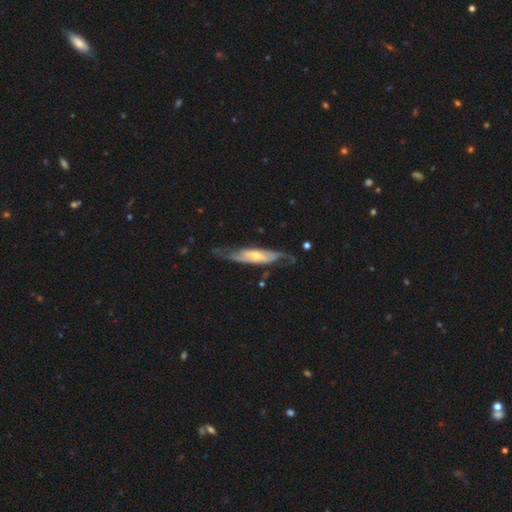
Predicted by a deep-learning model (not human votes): Smooth or featured? featured or disk (78%)
Edge-on disk? no (71%)
Bar? no (53%)
Spiral arms? yes (90%)
Spiral winding? medium (40%)
Spiral arm count? 2 (74%)
Bulge size? moderate (49%)
Merging? none (66%)